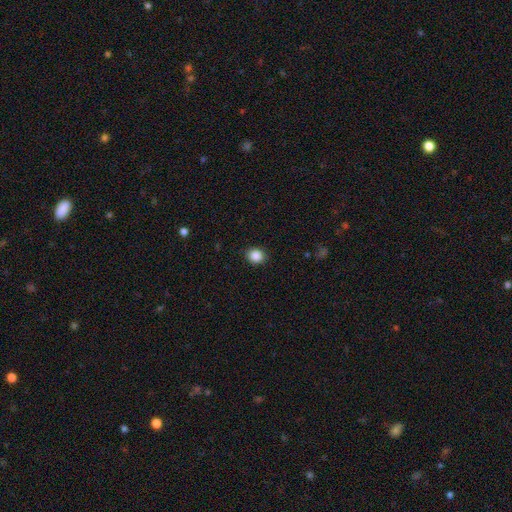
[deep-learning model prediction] A smooth galaxy with no disk features (87%) that is round (76%).

Vote fractions:
- Smooth or featured? smooth: 87% / star or artifact: 9% / featured or disk: 3%
- How rounded? round: 76% / in between: 23% / cigar-shaped: 1%
- Merging? none: 89% / minor disturbance: 8% / major disturbance: 2% / merger: 1%